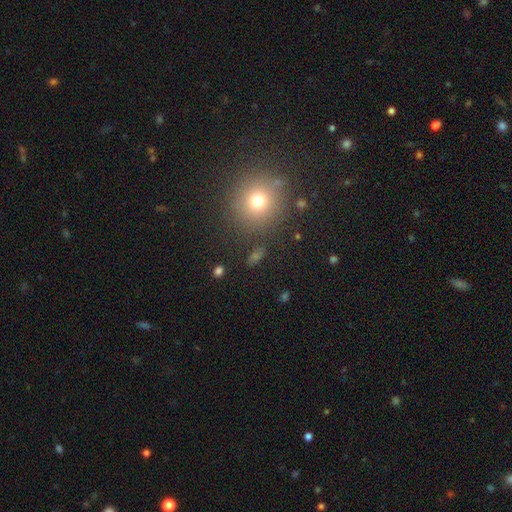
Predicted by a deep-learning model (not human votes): Smooth or featured?
  - smooth: 56% *
  - star or artifact: 33%
  - featured or disk: 11%
How rounded?
  - round: 73% *
  - in between: 23%
  - cigar-shaped: 4%
Merging?
  - none: 85% *
  - minor disturbance: 8%
  - merger: 4%
  - major disturbance: 4%